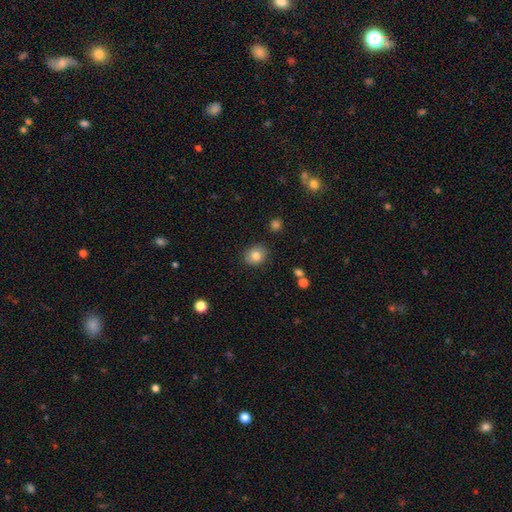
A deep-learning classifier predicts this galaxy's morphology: Smooth or featured? Predicted: smooth (p=0.82). How rounded? Predicted: round (p=0.60). Merging? Predicted: none (p=0.86).